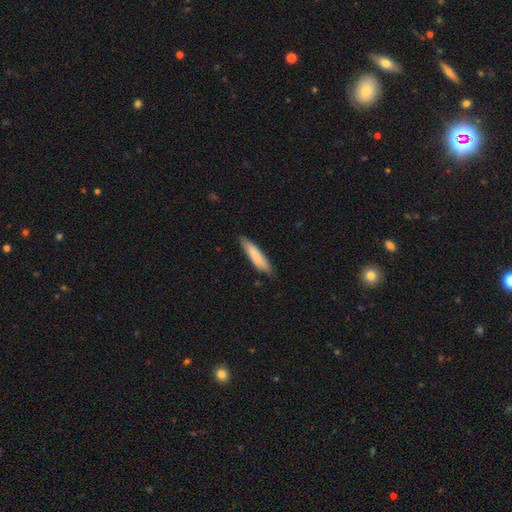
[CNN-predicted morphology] type=smooth (81%); roundness=cigar-shaped (81%); merging=none (83%).